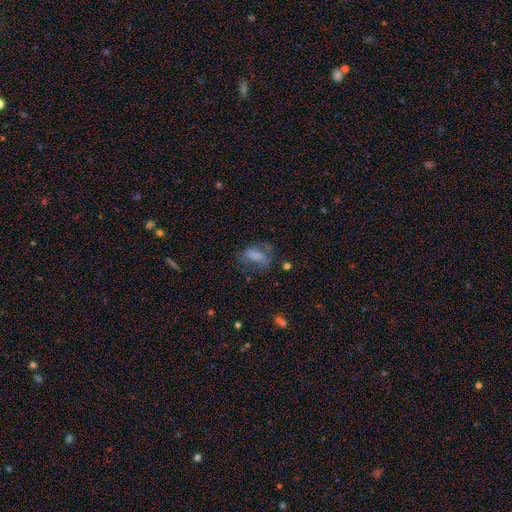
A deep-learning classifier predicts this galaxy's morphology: Smooth or featured?
  - smooth: 62% *
  - featured or disk: 25%
  - star or artifact: 13%
How rounded?
  - in between: 83% *
  - round: 10%
  - cigar-shaped: 7%
Merging?
  - none: 40% *
  - major disturbance: 30%
  - minor disturbance: 25%
  - merger: 5%